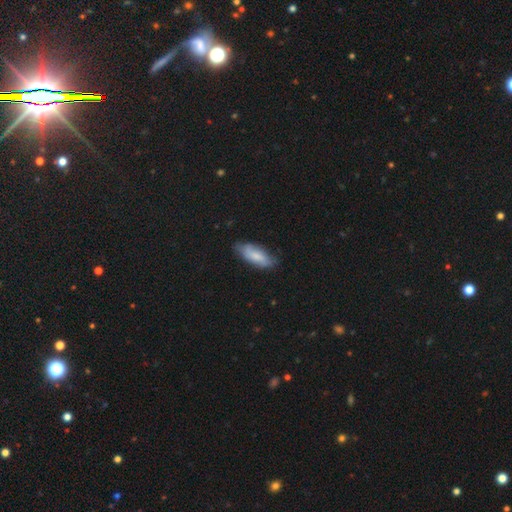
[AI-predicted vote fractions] Smooth or featured? smooth (73%)
How rounded? in between (74%)
Merging? none (68%)